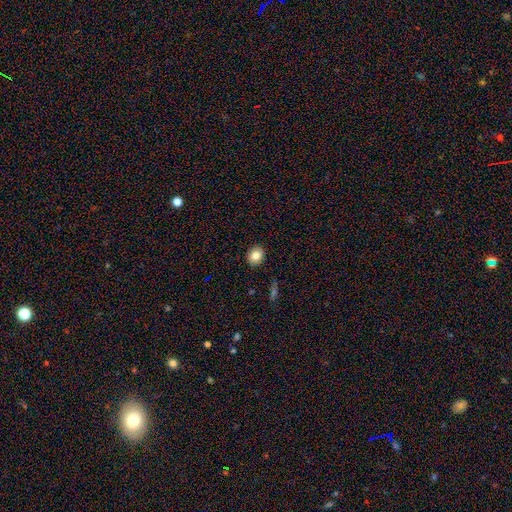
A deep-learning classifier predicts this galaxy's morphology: smooth 84%, star or artifact 9%, featured or disk 7%. Down the decision tree: how rounded — round (57%); merging — none (90%).